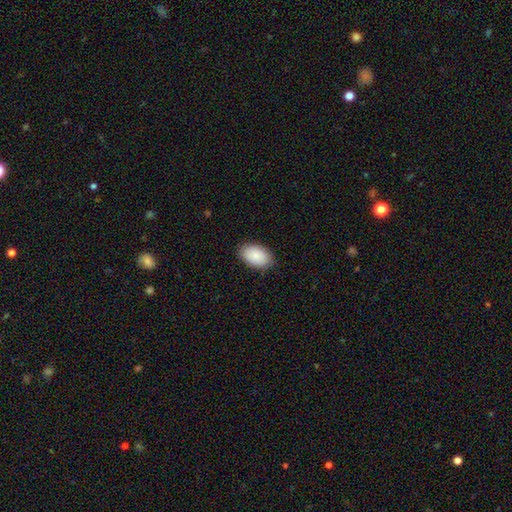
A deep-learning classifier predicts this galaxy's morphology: type=smooth (87%); roundness=in between (94%); merging=none (87%).